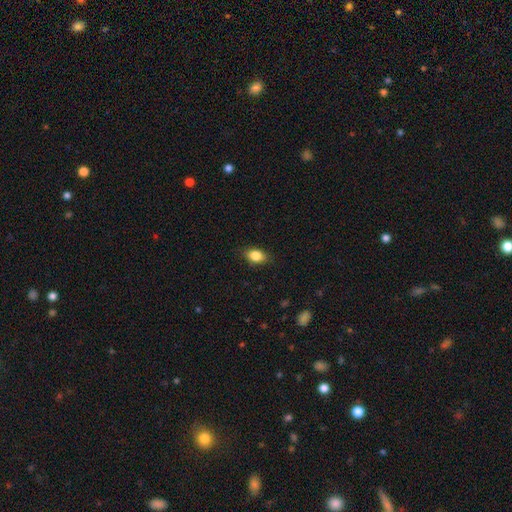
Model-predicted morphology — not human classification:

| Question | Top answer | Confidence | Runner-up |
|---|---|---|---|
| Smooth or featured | smooth | 84% | star or artifact (9%) |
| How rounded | in between | 81% | round (16%) |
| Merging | none | 84% | minor disturbance (12%) |